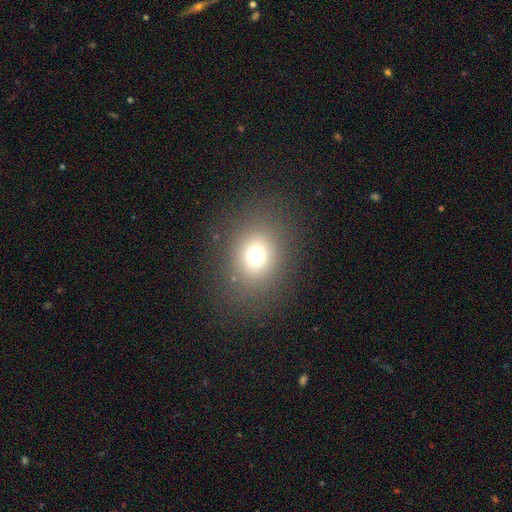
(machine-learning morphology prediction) The model was most divided on "how rounded": round: 60%, in between: 39%, cigar-shaped: 1%. More confident: merging — none (84%); smooth or featured — smooth (71%).